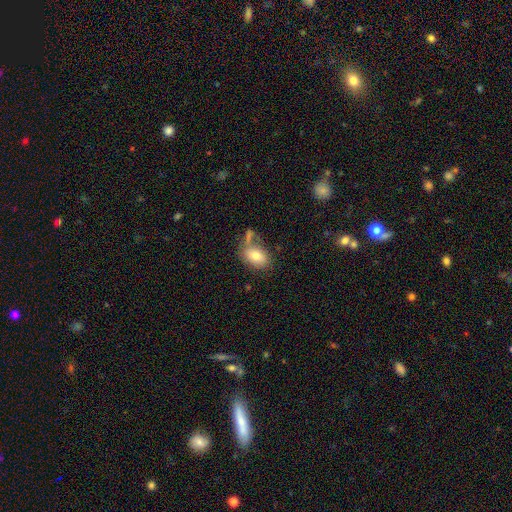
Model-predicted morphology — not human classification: smooth_or_featured: smooth (p=0.76) [alt: featured or disk p=0.16]
how_rounded: in between (p=0.84) [alt: round p=0.14]
merging: none (p=0.52) [alt: merger p=0.20]